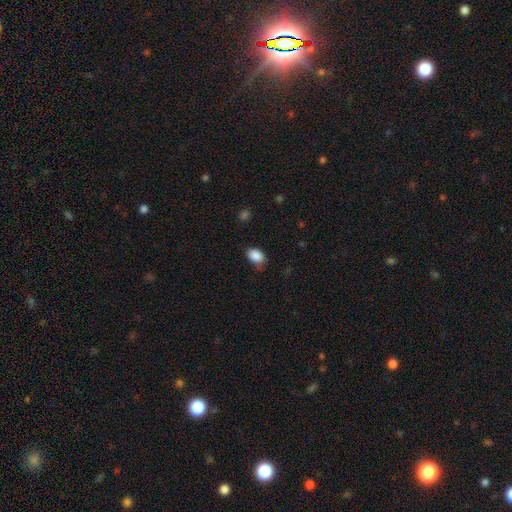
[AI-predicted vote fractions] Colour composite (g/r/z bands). It shows a smooth galaxy with no disk features (88%) that is in between round and cigar-shaped (76%). Merging: none (70%).